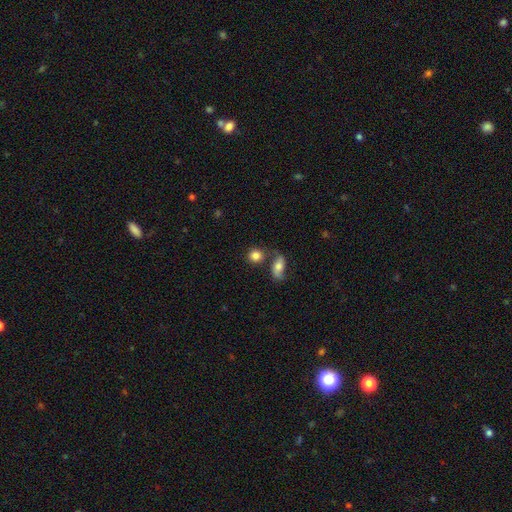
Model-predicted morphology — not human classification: smooth_or_featured: smooth (p=0.80) [alt: featured or disk p=0.11]
how_rounded: round (p=0.79) [alt: in between p=0.19]
merging: none (p=0.59) [alt: merger p=0.24]